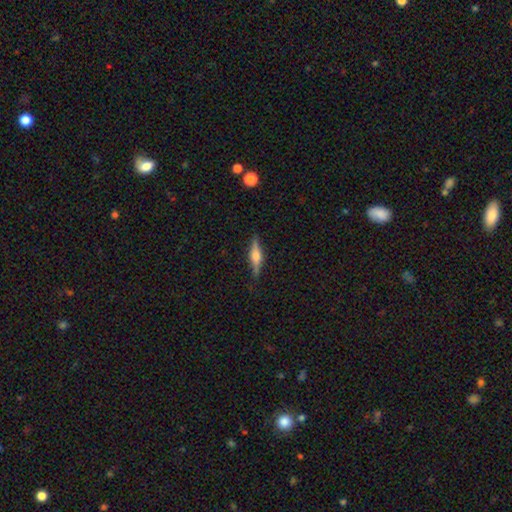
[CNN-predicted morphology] smooth_or_featured: featured or disk (p=0.66) [alt: smooth p=0.28]
disk_edge_on: yes (p=0.97) [alt: no p=0.03]
edge_on_bulge: rounded (p=0.87) [alt: boxy p=0.10]
merging: none (p=0.87) [alt: minor disturbance p=0.09]